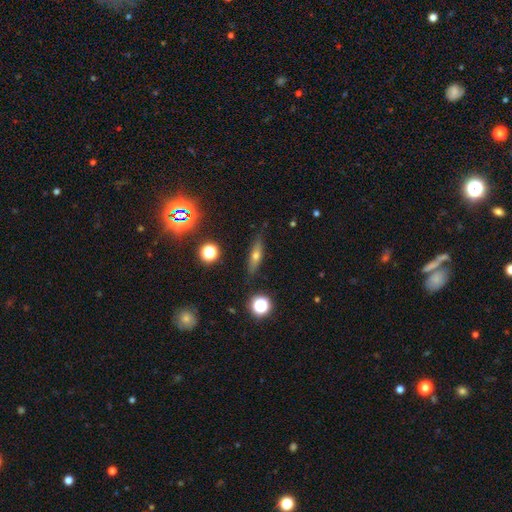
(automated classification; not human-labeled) smooth-or-featured: smooth: 49% | featured or disk: 38% | star or artifact: 13%
  merging: none: 85% | minor disturbance: 11% | major disturbance: 3% | merger: 2%